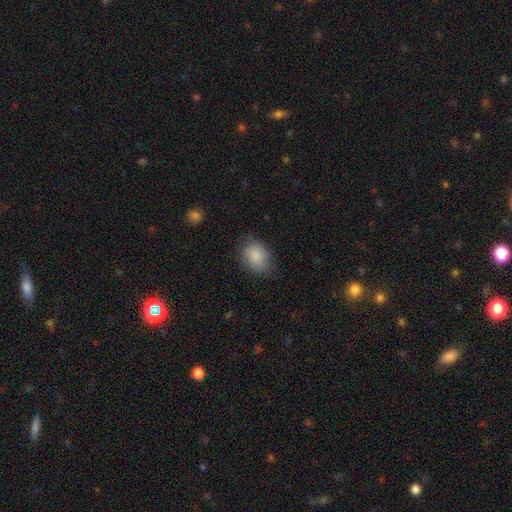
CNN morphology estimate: Smooth or featured? Predicted: smooth (p=0.86). How rounded? Predicted: in between (p=0.65). Merging? Predicted: none (p=0.69).